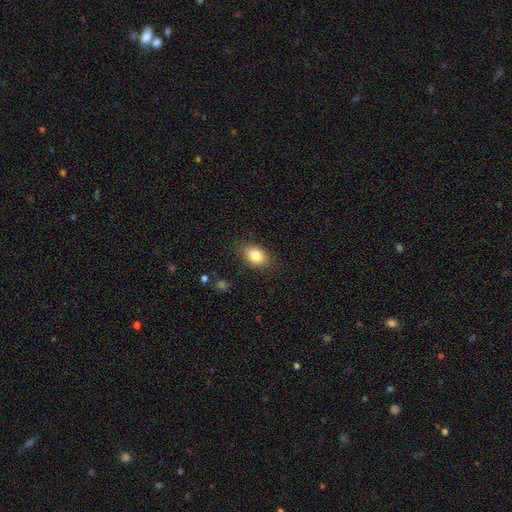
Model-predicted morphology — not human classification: Smooth or featured? smooth (82%)
How rounded? in between (80%)
Merging? none (82%)